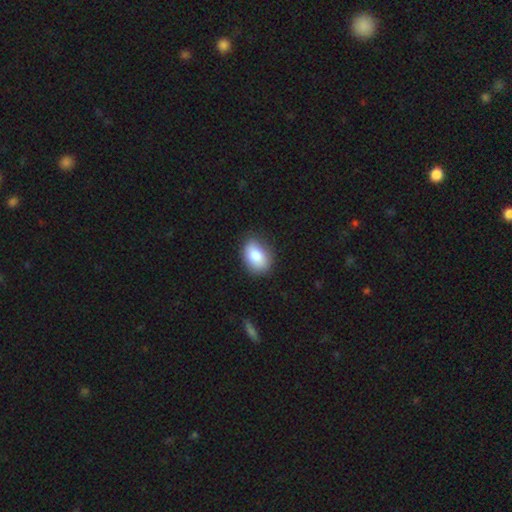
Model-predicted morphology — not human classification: This is clearly a smooth galaxy (83%). How rounded: clearly in between (82%). Merging: likely none (80%).